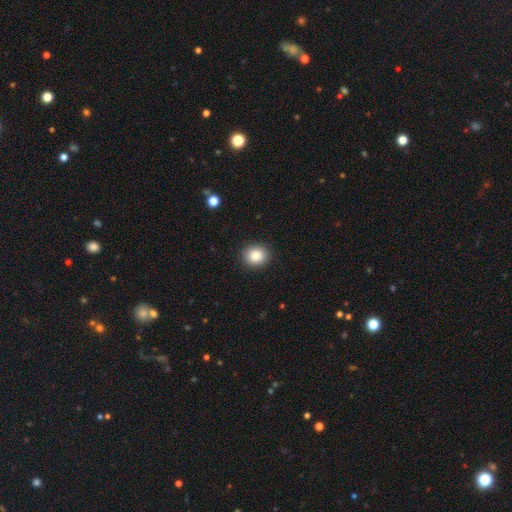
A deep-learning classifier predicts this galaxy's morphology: type=smooth (87%); roundness=round (72%); merging=none (90%).